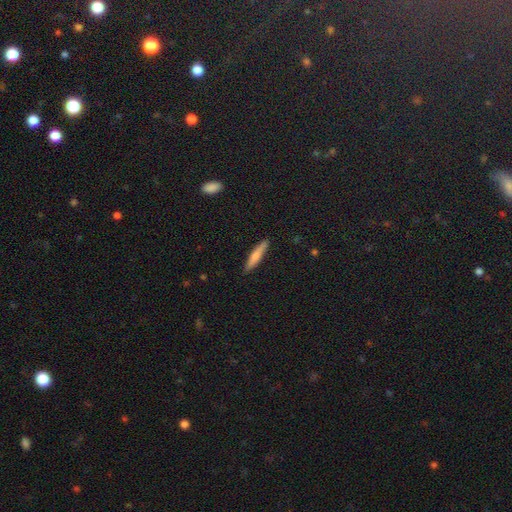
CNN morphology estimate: This is likely a smooth galaxy (70%). How rounded: clearly cigar-shaped (89%). Merging: clearly none (88%).